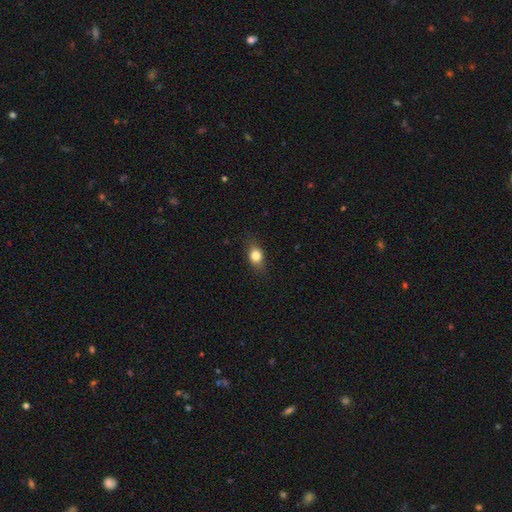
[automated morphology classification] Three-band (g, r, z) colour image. It shows a smooth galaxy with no disk features (78%) that is in between round and cigar-shaped (62%). Merging: none (81%).